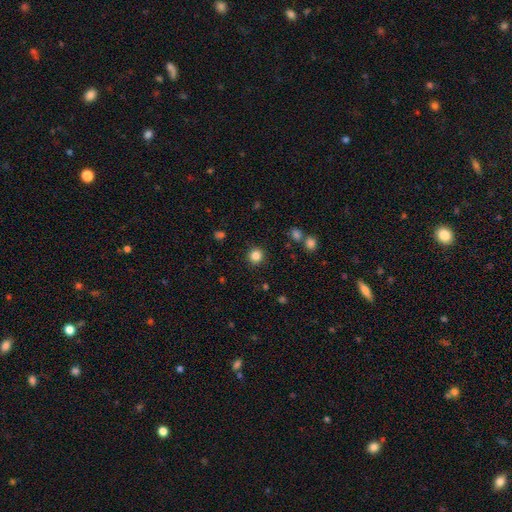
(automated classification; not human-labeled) A smooth galaxy with no disk features (84%) that is round (92%).

Vote fractions:
- Smooth or featured? smooth: 84% / star or artifact: 12% / featured or disk: 4%
- How rounded? round: 92% / in between: 7% / cigar-shaped: 1%
- Merging? none: 91% / minor disturbance: 6% / major disturbance: 2% / merger: 2%